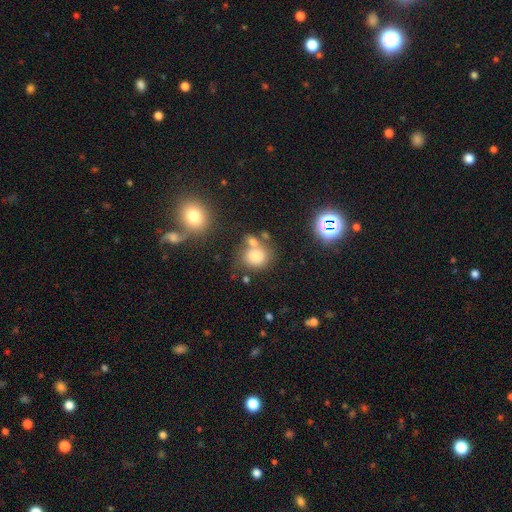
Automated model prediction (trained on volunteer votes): Q: Smooth or featured?
A: smooth (78%); runner-up: star or artifact (12%)
Q: How rounded?
A: round (67%); runner-up: in between (32%)
Q: Merging?
A: none (50%); runner-up: merger (28%)